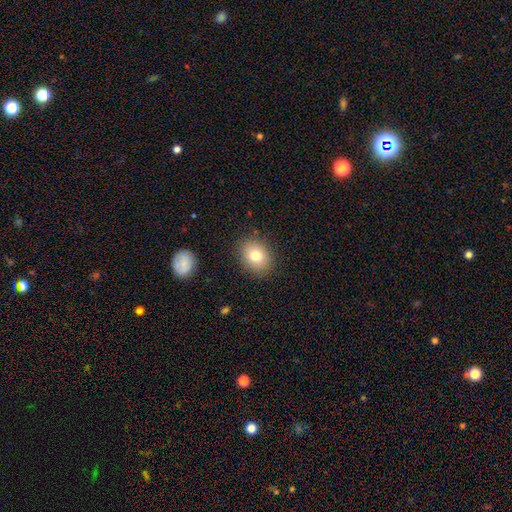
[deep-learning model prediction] Overall: smooth (79%). How rounded: in between (53%; round 46%). Merging: none (86%).